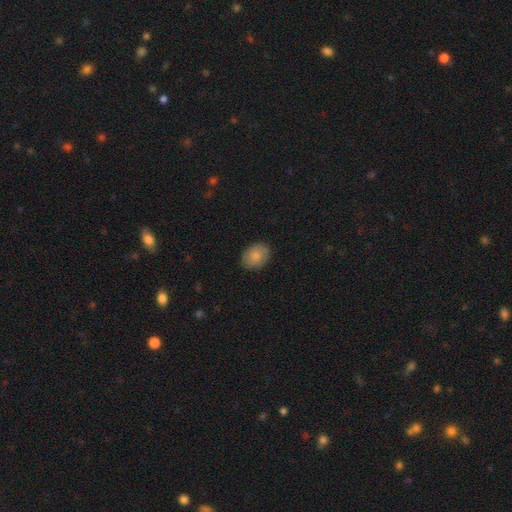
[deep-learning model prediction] smooth_or_featured: smooth (p=0.86) [alt: featured or disk p=0.08]
how_rounded: in between (p=0.67) [alt: round p=0.32]
merging: none (p=0.87) [alt: minor disturbance p=0.10]